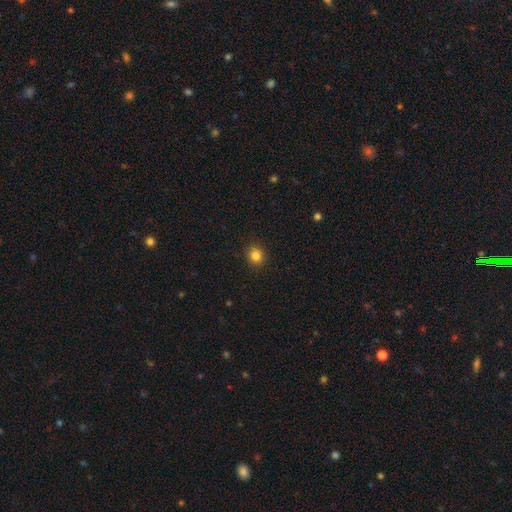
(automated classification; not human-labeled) Smooth or featured: smooth — 83% (star or artifact — 12%)
How rounded: round — 84% (in between — 15%)
Merging: none — 91% (minor disturbance — 6%)